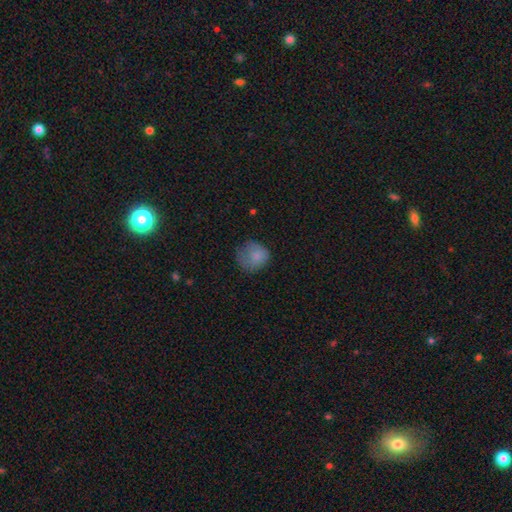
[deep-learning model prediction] This appears to be a smooth galaxy with no disk features (79%) that is round (80%). Merging: none (55%).